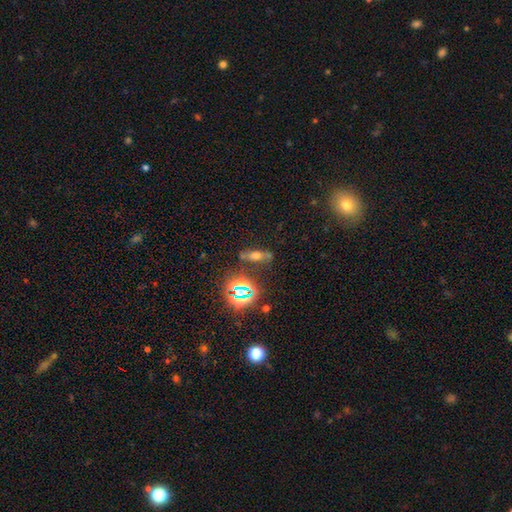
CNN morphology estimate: Smooth or featured? Predicted: smooth (p=0.45). Merging? Predicted: none (p=0.64).